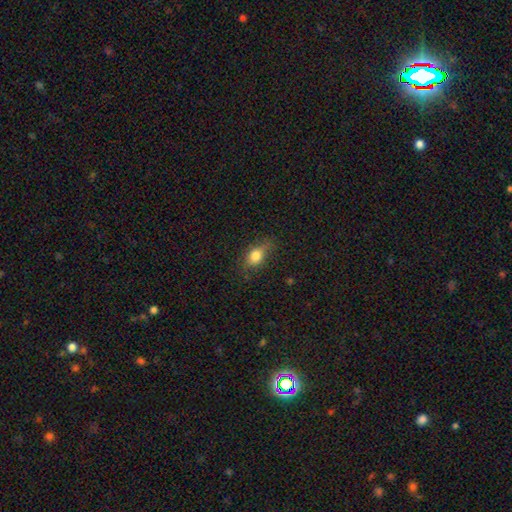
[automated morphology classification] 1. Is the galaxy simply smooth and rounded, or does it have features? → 79% smooth, 11% featured or disk, 10% star or artifact.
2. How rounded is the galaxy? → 69% in between, 26% round, 5% cigar-shaped.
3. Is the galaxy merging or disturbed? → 61% none, 27% minor disturbance, 10% major disturbance, 2% merger.